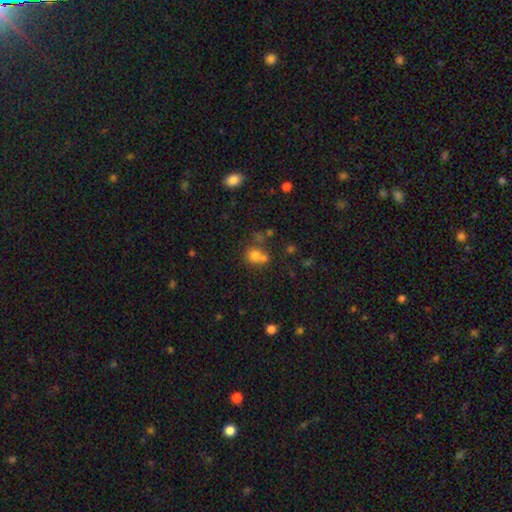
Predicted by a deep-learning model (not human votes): Smooth or featured: smooth — 73% (star or artifact — 15%)
How rounded: round — 67% (in between — 31%)
Merging: none — 40% (merger — 37%)